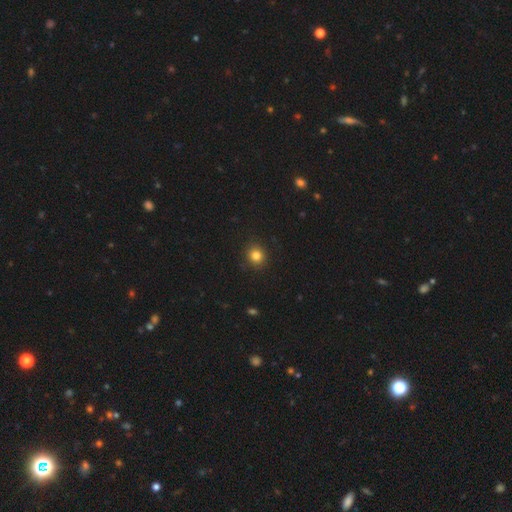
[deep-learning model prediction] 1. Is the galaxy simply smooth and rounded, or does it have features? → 82% smooth, 13% star or artifact, 5% featured or disk.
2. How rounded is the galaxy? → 88% round, 12% in between, 1% cigar-shaped.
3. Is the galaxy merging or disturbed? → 91% none, 6% minor disturbance, 2% major disturbance, 1% merger.